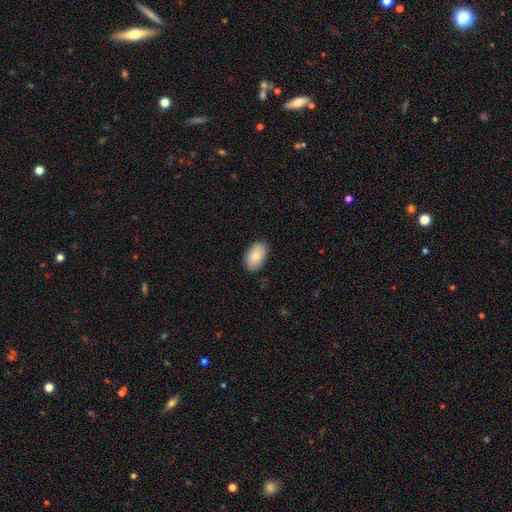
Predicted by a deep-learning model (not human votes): smooth 79%, featured or disk 14%, star or artifact 7%. Down the decision tree: how rounded — in between (92%); merging — none (85%).